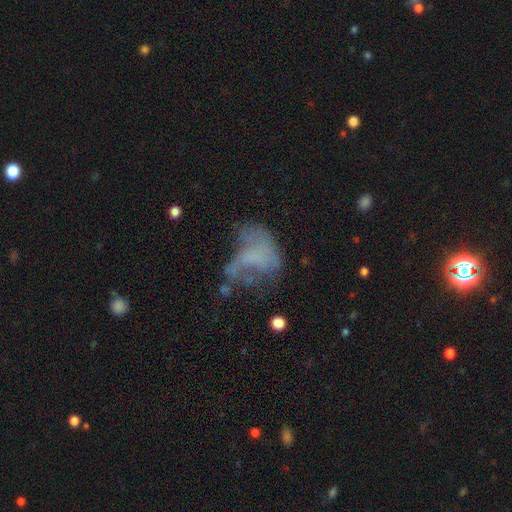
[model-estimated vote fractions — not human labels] featured or disk 45%, smooth 38%, star or artifact 16%. Down the decision tree: merging — major disturbance (44%).